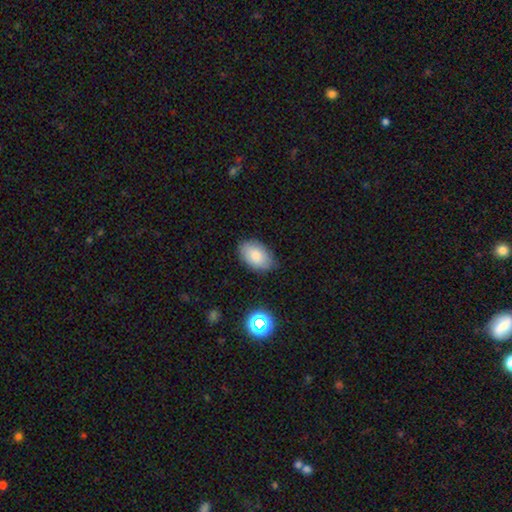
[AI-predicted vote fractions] Smooth or featured: smooth — 82% (featured or disk — 9%)
How rounded: in between — 91% (round — 7%)
Merging: none — 80% (minor disturbance — 15%)